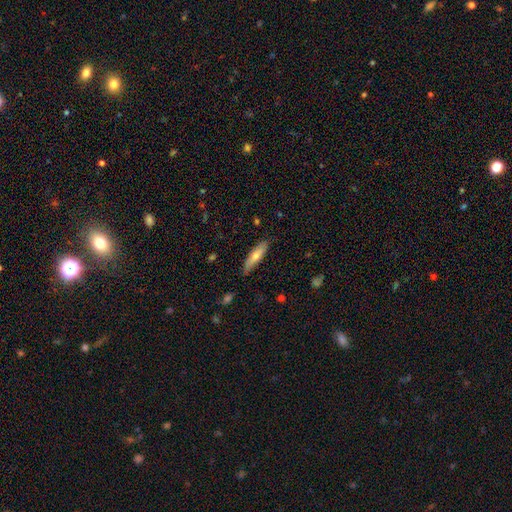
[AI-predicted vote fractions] Smooth or featured?
  - smooth: 64% *
  - featured or disk: 30%
  - star or artifact: 6%
How rounded?
  - cigar-shaped: 70% *
  - in between: 28%
  - round: 2%
Merging?
  - none: 84% *
  - minor disturbance: 13%
  - major disturbance: 2%
  - merger: 1%